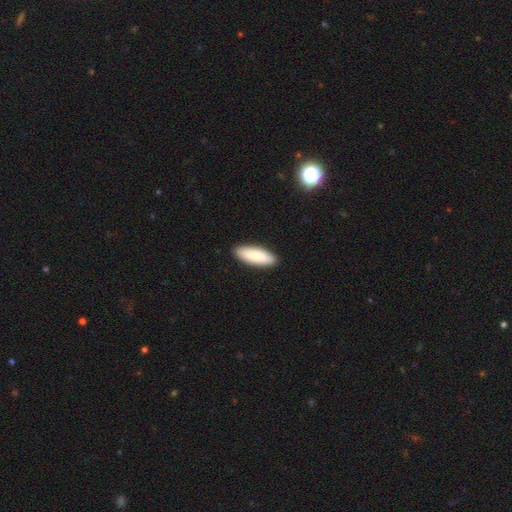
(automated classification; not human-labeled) Smooth or featured? Predicted: smooth (p=0.89). How rounded? Predicted: in between (p=0.62). Merging? Predicted: none (p=0.91).